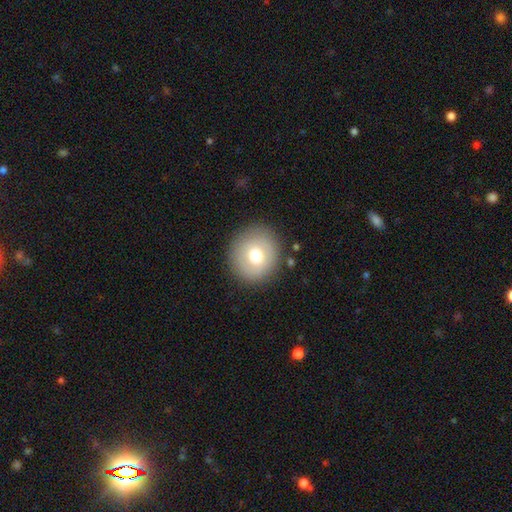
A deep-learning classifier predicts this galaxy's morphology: A smooth galaxy with no disk features (71%) that is round (88%).

Vote fractions:
- Smooth or featured? smooth: 71% / featured or disk: 21% / star or artifact: 9%
- How rounded? round: 88% / in between: 12% / cigar-shaped: 1%
- Merging? none: 86% / minor disturbance: 9% / major disturbance: 3% / merger: 2%